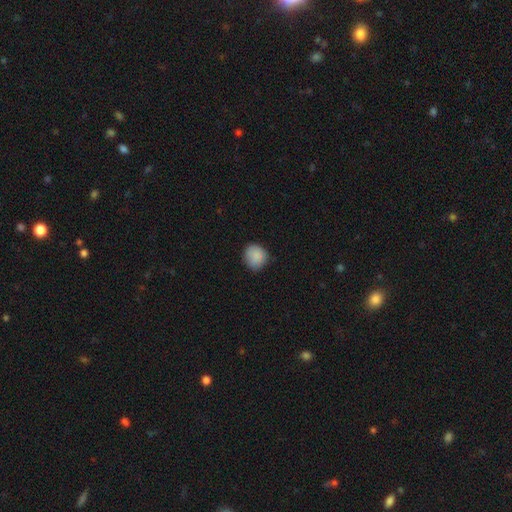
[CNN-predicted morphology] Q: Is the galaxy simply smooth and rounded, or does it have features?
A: smooth — 86%.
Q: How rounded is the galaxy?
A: round — 81%.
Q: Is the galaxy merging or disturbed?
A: none — 78%.